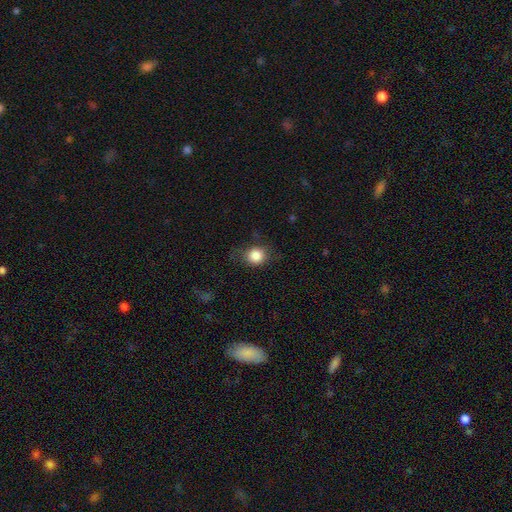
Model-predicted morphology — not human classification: A smooth galaxy with no disk features (84%) that is round (78%).

Vote fractions:
- Smooth or featured? smooth: 84% / star or artifact: 10% / featured or disk: 7%
- How rounded? round: 78% / in between: 21% / cigar-shaped: 1%
- Merging? none: 73% / minor disturbance: 19% / major disturbance: 7% / merger: 1%